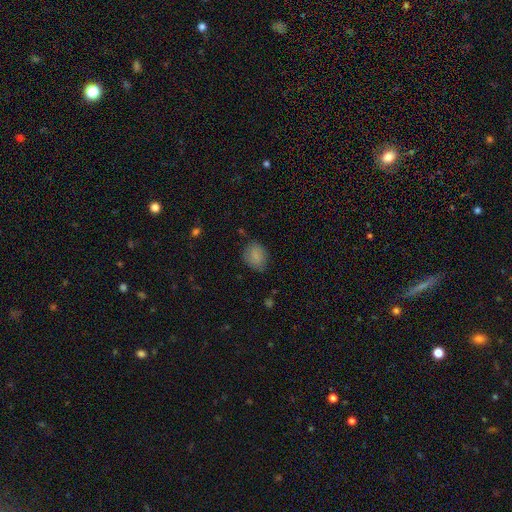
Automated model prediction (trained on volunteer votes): Smooth or featured: smooth — 83% (featured or disk — 9%)
How rounded: in between — 50% (round — 49%)
Merging: none — 76% (minor disturbance — 19%)